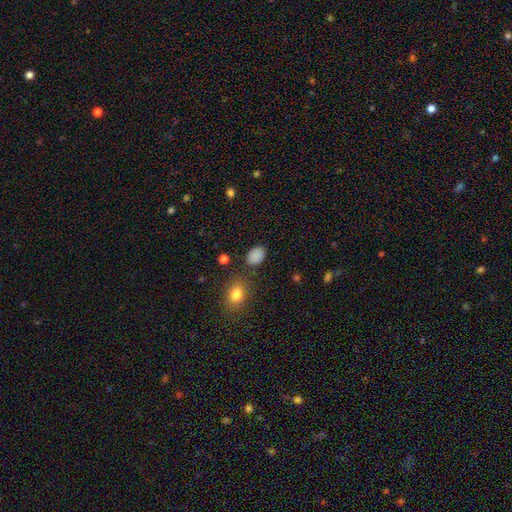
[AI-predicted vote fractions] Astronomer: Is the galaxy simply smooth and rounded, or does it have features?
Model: smooth — 86%.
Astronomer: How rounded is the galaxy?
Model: in between — 74%.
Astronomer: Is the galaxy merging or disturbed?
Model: none — 81%.